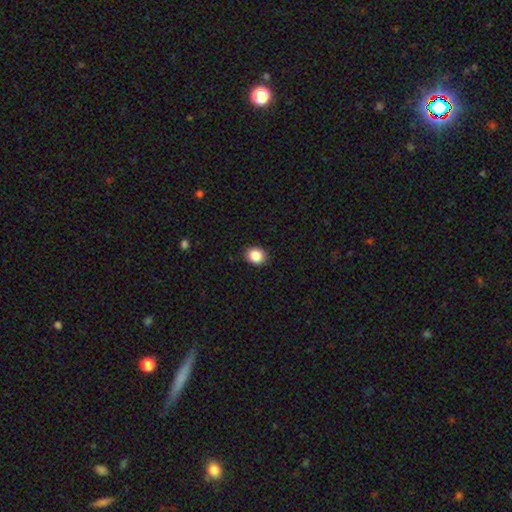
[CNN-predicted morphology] A smooth galaxy with no disk features (87%) that is round (65%).

Vote fractions:
- Smooth or featured? smooth: 87% / star or artifact: 9% / featured or disk: 4%
- How rounded? round: 65% / in between: 34% / cigar-shaped: 1%
- Merging? none: 90% / minor disturbance: 7% / major disturbance: 2% / merger: 1%